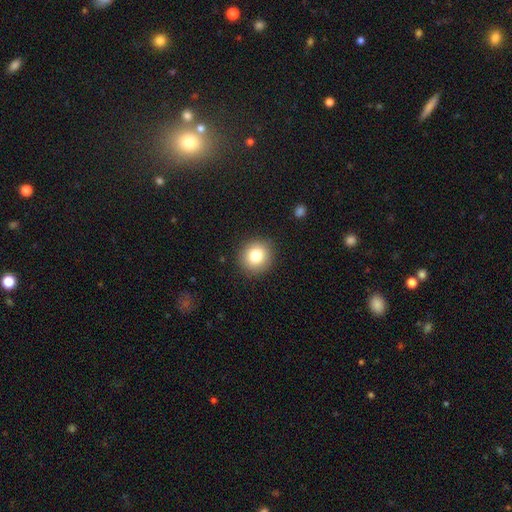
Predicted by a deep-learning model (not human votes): smooth_or_featured: smooth (p=0.81) [alt: star or artifact p=0.10]
how_rounded: round (p=0.86) [alt: in between p=0.13]
merging: none (p=0.90) [alt: minor disturbance p=0.07]